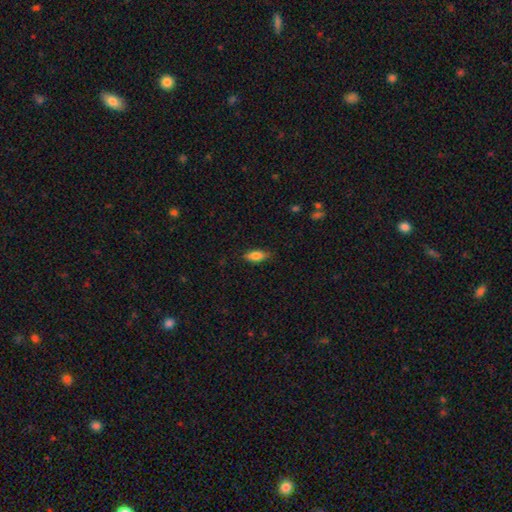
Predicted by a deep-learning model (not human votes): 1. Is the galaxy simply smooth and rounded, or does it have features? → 81% smooth, 12% featured or disk, 7% star or artifact.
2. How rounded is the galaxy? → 76% in between, 22% cigar-shaped, 3% round.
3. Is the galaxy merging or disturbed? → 81% none, 15% minor disturbance, 3% major disturbance, 1% merger.